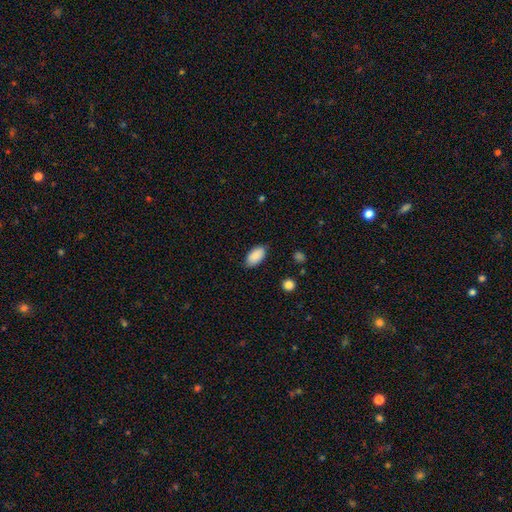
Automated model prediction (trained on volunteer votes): A smooth galaxy with no disk features (89%) that is in between round and cigar-shaped (95%).

Vote fractions:
- Smooth or featured? smooth: 89% / star or artifact: 6% / featured or disk: 5%
- How rounded? in between: 95% / round: 3% / cigar-shaped: 2%
- Merging? none: 85% / minor disturbance: 12% / major disturbance: 3% / merger: 1%